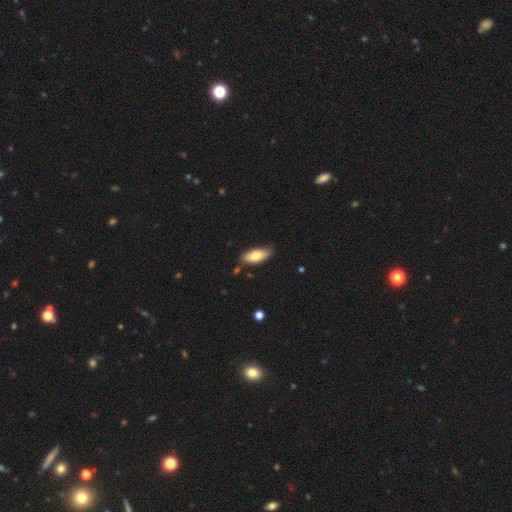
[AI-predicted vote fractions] smooth 76%, featured or disk 18%, star or artifact 6%. Down the decision tree: how rounded — in between (78%); merging — none (77%).